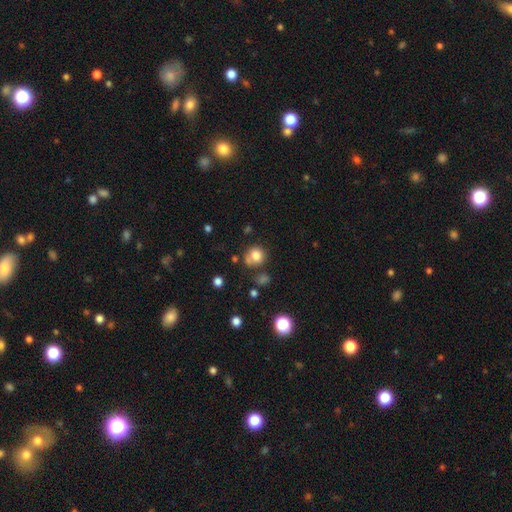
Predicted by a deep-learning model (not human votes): smooth 80%, star or artifact 12%, featured or disk 9%. Down the decision tree: how rounded — round (83%); merging — none (59%).